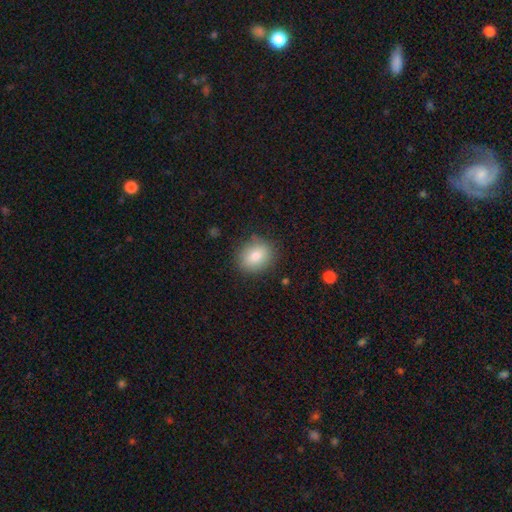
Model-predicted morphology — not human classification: Smooth or featured: smooth — 79% (featured or disk — 12%)
How rounded: round — 59% (in between — 40%)
Merging: none — 85% (minor disturbance — 11%)